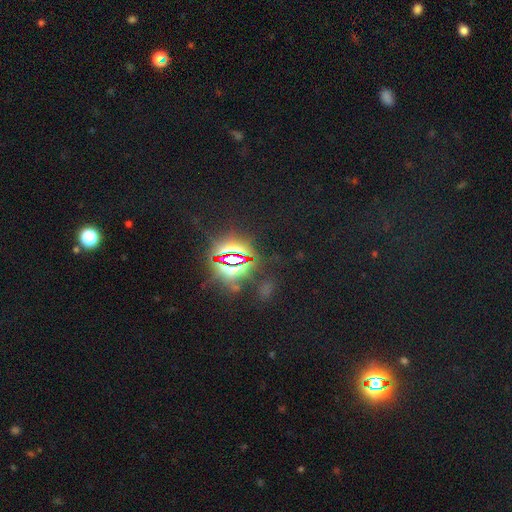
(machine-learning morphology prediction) The model was most divided on "smooth or featured": star or artifact: 76%, smooth: 16%, featured or disk: 8%.